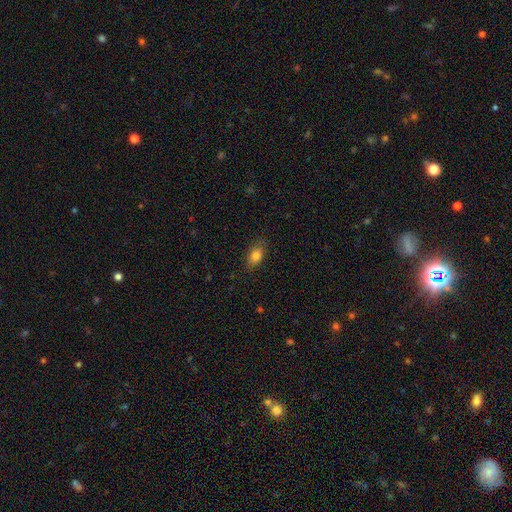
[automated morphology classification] The model was most divided on "merging": none: 82%, minor disturbance: 14%, major disturbance: 3%, merger: 1%. More confident: how rounded — in between (84%); smooth or featured — smooth (82%).